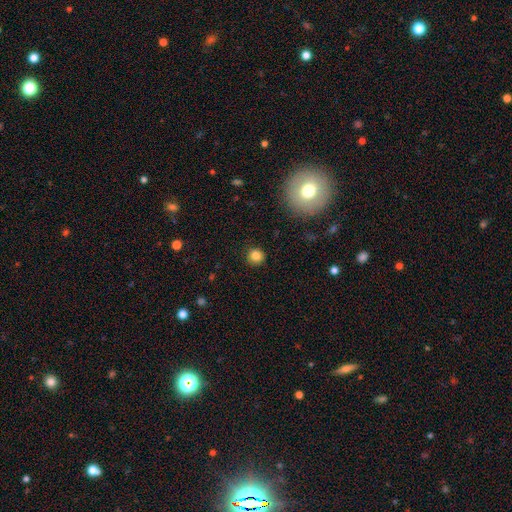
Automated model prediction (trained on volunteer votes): Q: Smooth or featured?
A: smooth (84%); runner-up: star or artifact (11%)
Q: How rounded?
A: round (92%); runner-up: in between (7%)
Q: Merging?
A: none (90%); runner-up: minor disturbance (7%)